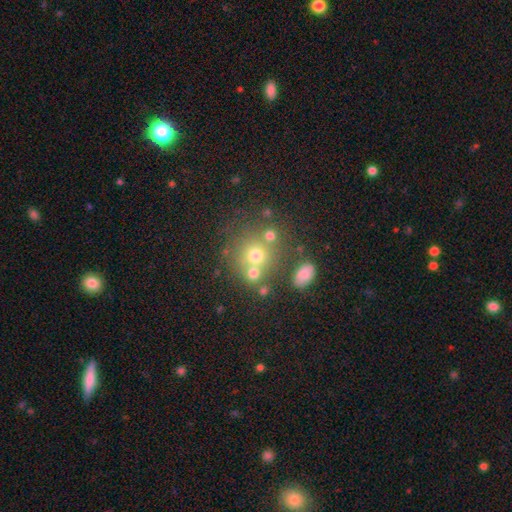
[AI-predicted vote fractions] smooth_or_featured: smooth (p=0.65) [alt: star or artifact p=0.19]
how_rounded: round (p=0.84) [alt: in between p=0.15]
merging: none (p=0.57) [alt: merger p=0.27]